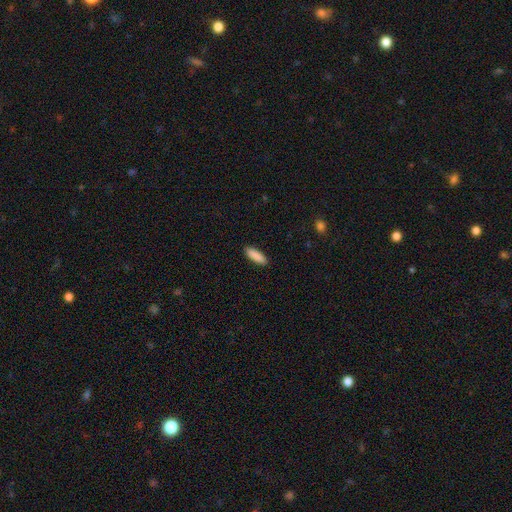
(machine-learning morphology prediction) Smooth or featured?
  - smooth: 90% *
  - star or artifact: 6%
  - featured or disk: 4%
How rounded?
  - cigar-shaped: 52% *
  - in between: 46%
  - round: 2%
Merging?
  - none: 90% *
  - minor disturbance: 7%
  - major disturbance: 2%
  - merger: 1%